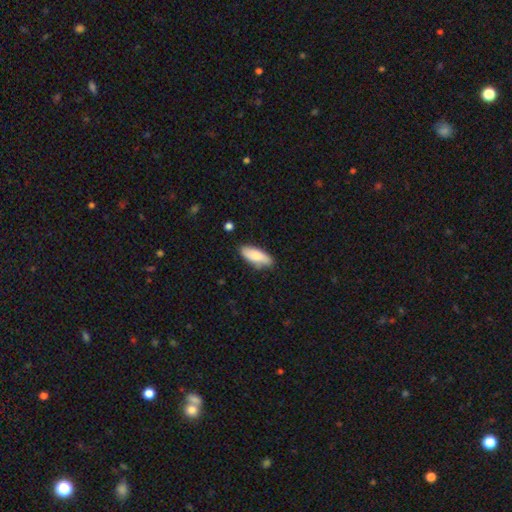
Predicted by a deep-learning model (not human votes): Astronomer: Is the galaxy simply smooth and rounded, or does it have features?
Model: smooth — 81%.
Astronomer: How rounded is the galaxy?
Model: in between — 74%.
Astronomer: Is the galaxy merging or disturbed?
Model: none — 79%.